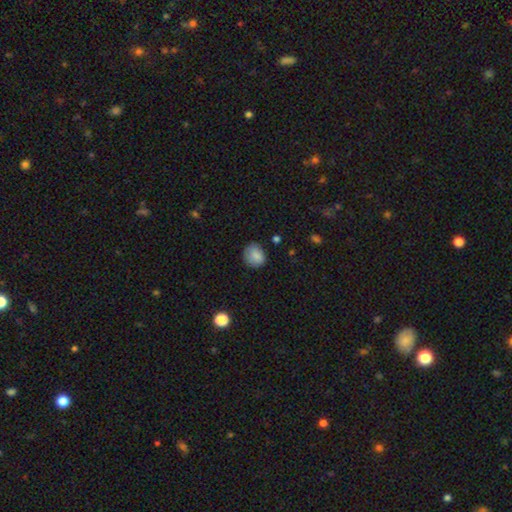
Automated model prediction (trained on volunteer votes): This appears to be a smooth galaxy with no disk features (85%) that is round (68%). Merging: none (73%).